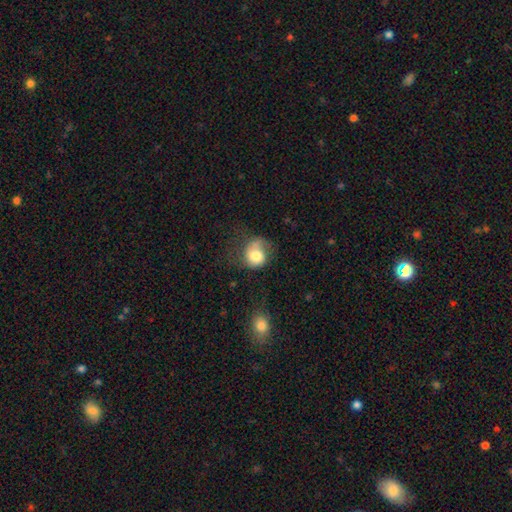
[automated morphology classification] Q: Smooth or featured?
A: smooth (68%); runner-up: featured or disk (24%)
Q: How rounded?
A: round (71%); runner-up: in between (29%)
Q: Merging?
A: none (40%); runner-up: minor disturbance (29%)